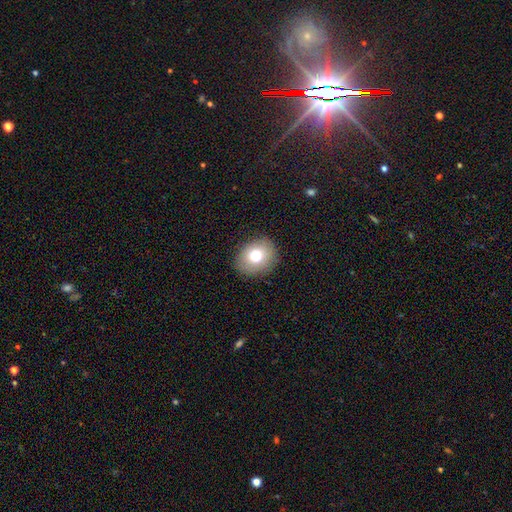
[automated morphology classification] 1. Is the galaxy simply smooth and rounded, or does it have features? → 75% smooth, 15% featured or disk, 10% star or artifact.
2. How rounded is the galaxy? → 54% round, 45% in between, 1% cigar-shaped.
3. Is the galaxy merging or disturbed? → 87% none, 9% minor disturbance, 3% major disturbance, 1% merger.